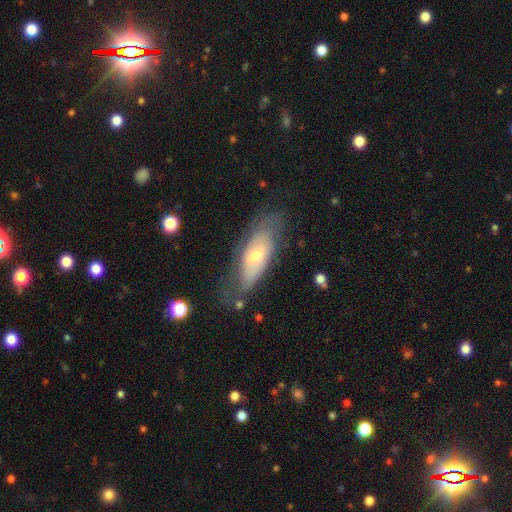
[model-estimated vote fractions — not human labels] Smooth or featured? Predicted: featured or disk (p=0.51). Edge-on disk? Predicted: no (p=0.71). Merging? Predicted: none (p=0.65).